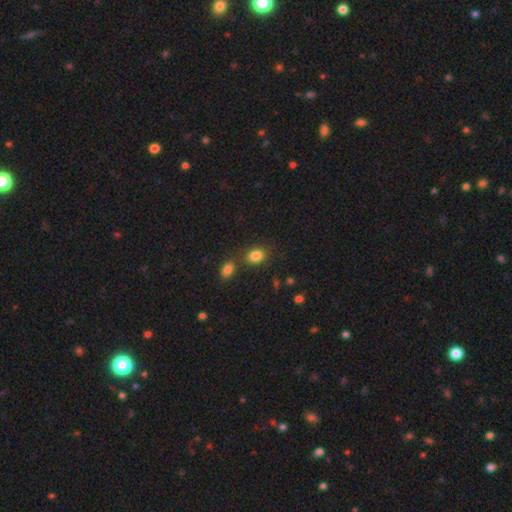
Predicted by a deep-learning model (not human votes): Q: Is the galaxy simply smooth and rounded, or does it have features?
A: smooth — 84%.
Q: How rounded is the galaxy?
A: in between — 67%.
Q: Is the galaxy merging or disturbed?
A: none — 69%.